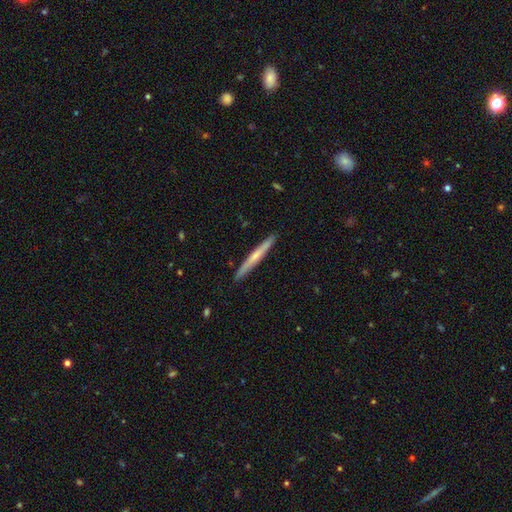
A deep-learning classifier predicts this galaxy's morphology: This is possibly a featured or disk galaxy (51%). It is clearly viewed edge-on (97%). Merging: clearly none (92%).